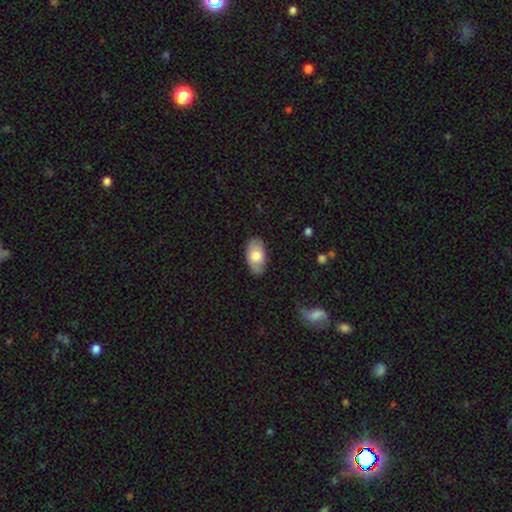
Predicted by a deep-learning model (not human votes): Smooth or featured: smooth — 73% (featured or disk — 21%)
How rounded: in between — 94% (round — 4%)
Merging: none — 80% (minor disturbance — 16%)